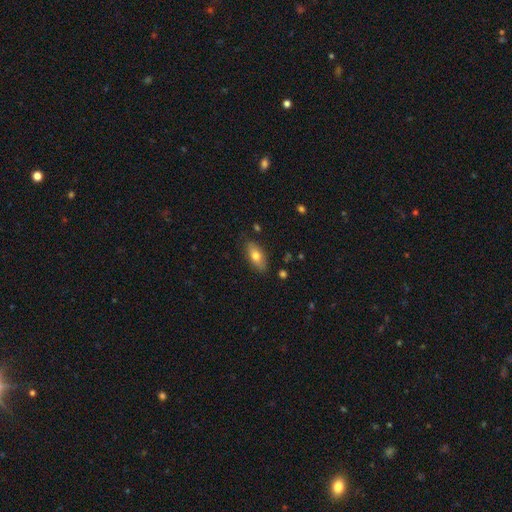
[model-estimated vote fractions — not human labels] The model was most divided on "smooth or featured": smooth: 72%, featured or disk: 21%, star or artifact: 7%. More confident: how rounded — in between (84%); merging — none (83%).